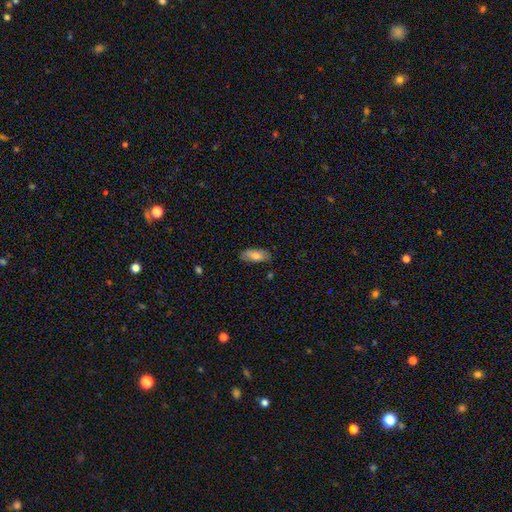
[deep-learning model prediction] This appears to be a smooth galaxy with no disk features (71%) that is in between round and cigar-shaped (84%). Merging: none (78%).